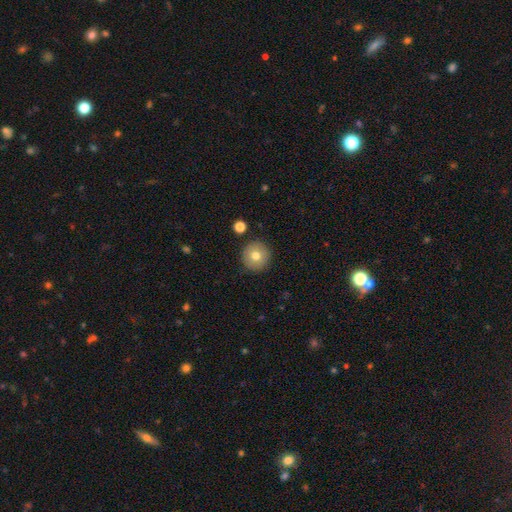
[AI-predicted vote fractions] A smooth galaxy with no disk features (76%) that is round (95%).

Vote fractions:
- Smooth or featured? smooth: 76% / featured or disk: 15% / star or artifact: 9%
- How rounded? round: 95% / in between: 4% / cigar-shaped: 1%
- Merging? none: 91% / minor disturbance: 6% / major disturbance: 2% / merger: 2%